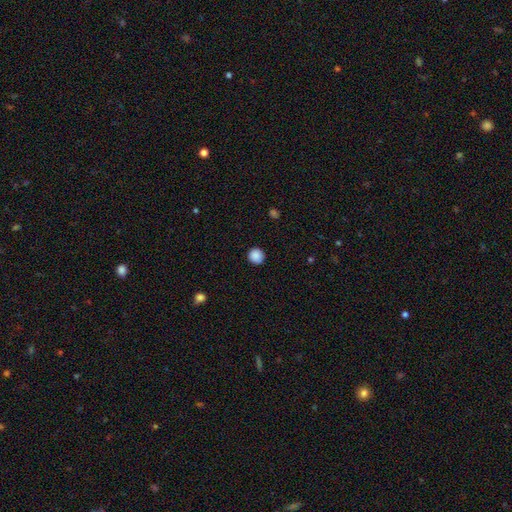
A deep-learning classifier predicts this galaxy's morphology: A smooth galaxy with no disk features (88%) that is round (93%). Merging: none (92%).